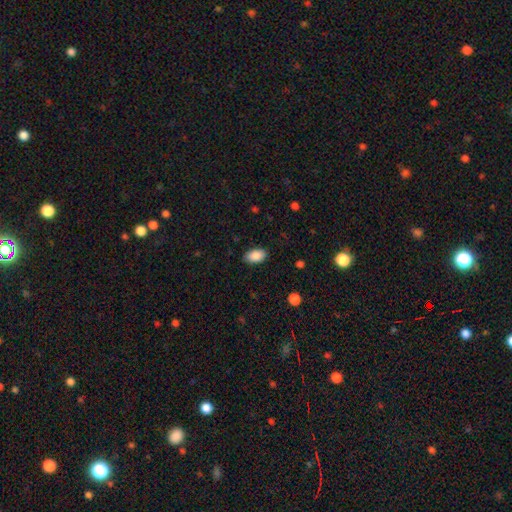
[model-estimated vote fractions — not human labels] Smooth or featured? smooth (89%)
How rounded? in between (94%)
Merging? none (87%)